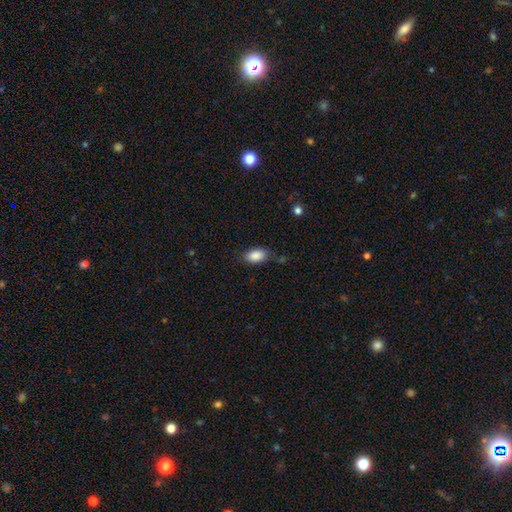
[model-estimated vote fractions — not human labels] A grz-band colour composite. It shows a smooth galaxy with no disk features (88%) that is in between round and cigar-shaped (92%). Merging: none (73%).